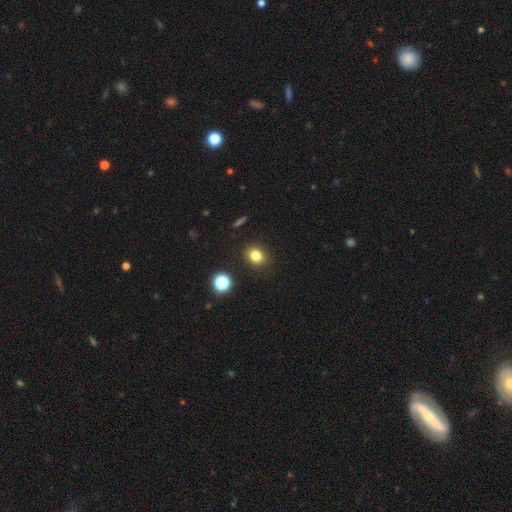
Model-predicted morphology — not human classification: A smooth galaxy with no disk features (79%) that is round (65%).

Vote fractions:
- Smooth or featured? smooth: 79% / star or artifact: 14% / featured or disk: 7%
- How rounded? round: 65% / in between: 34% / cigar-shaped: 1%
- Merging? none: 89% / minor disturbance: 7% / major disturbance: 2% / merger: 2%